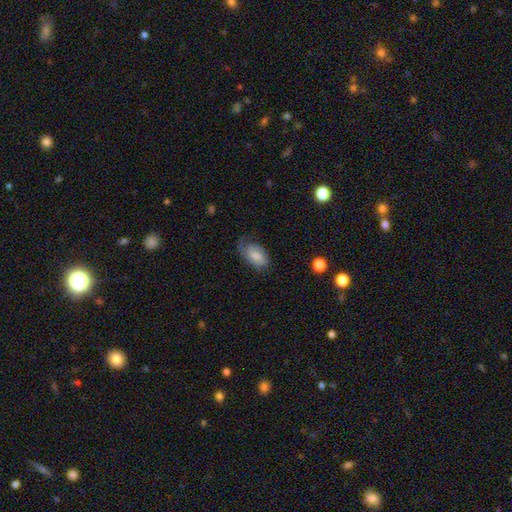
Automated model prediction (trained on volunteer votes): Overall: smooth (61%; featured or disk 32%). How rounded: in between (91%). Merging: none (48%; minor disturbance 31%).